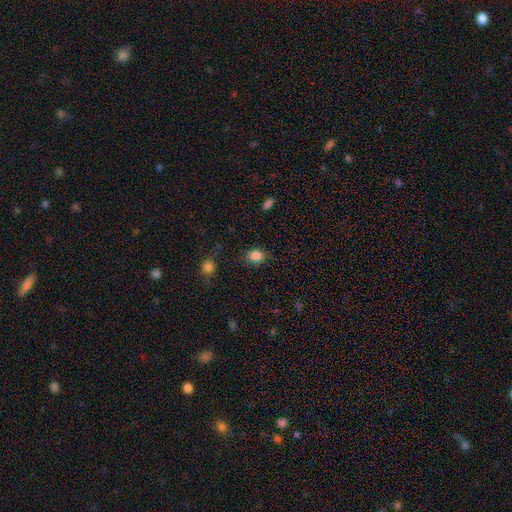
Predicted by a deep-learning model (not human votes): smooth 85%, star or artifact 11%, featured or disk 4%. Down the decision tree: how rounded — round (52%); merging — none (79%).